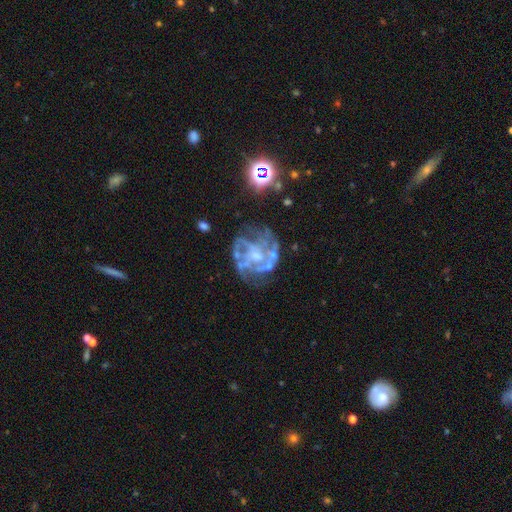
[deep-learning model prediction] A featured or disk galaxy (83%) with no bar (68%), tight (44%) spiral arms (78%) and a moderate central bulge (39%).

Vote fractions:
- Smooth or featured? featured or disk: 83% / star or artifact: 9% / smooth: 8%
- Edge-on disk? no: 98% / yes: 2%
- Bar? no: 68% / weak: 25% / strong: 7%
- Spiral arms? yes: 78% / no: 22%
- Spiral winding? tight: 44% / medium: 40% / loose: 16%
- Spiral arm count? can't tell: 38% / 3: 21% / 2: 16% / 4: 13% / more than 4: 7% / 1: 6%
- Bulge size? moderate: 39% / small: 33% / none: 22% / large: 4% / dominant: 1%
- Merging? none: 56% / minor disturbance: 20% / major disturbance: 19% / merger: 6%